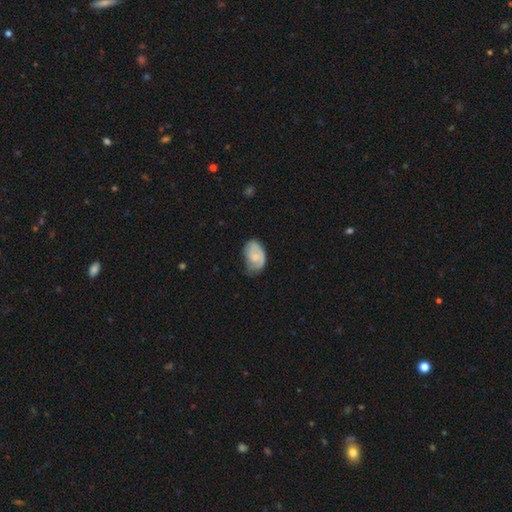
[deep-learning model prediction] Overall: smooth (50%; featured or disk 43%). How rounded: in between (87%). Merging: none (47%; minor disturbance 37%).